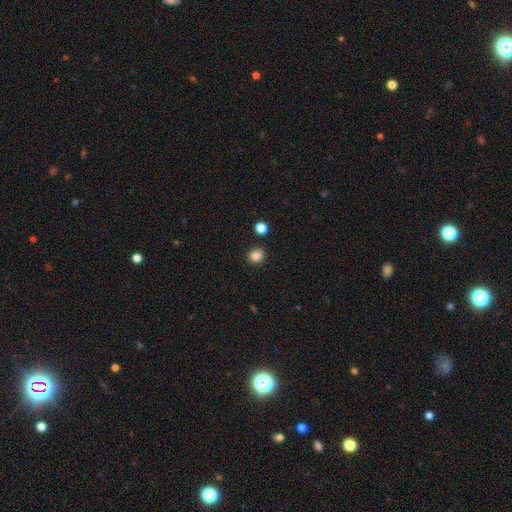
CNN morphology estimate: Smooth or featured? Predicted: smooth (p=0.84). How rounded? Predicted: round (p=0.72). Merging? Predicted: none (p=0.85).